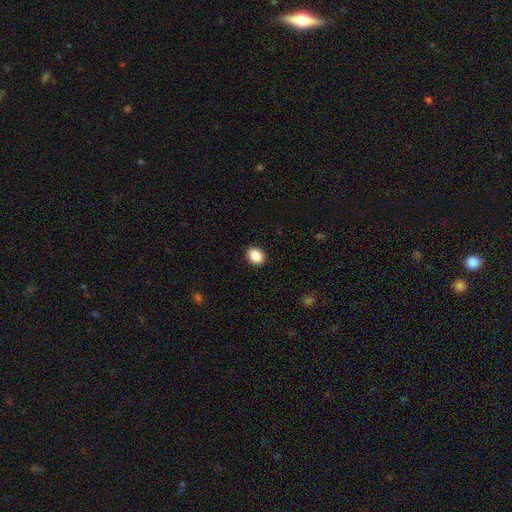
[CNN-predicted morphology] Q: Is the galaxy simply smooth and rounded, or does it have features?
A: smooth — 89%.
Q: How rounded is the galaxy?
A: in between — 51%.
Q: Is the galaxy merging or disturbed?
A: none — 91%.